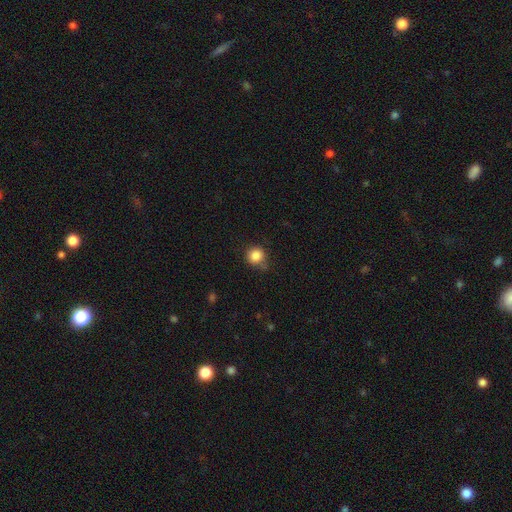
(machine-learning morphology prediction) Smooth or featured? smooth (85%)
How rounded? round (92%)
Merging? none (72%)